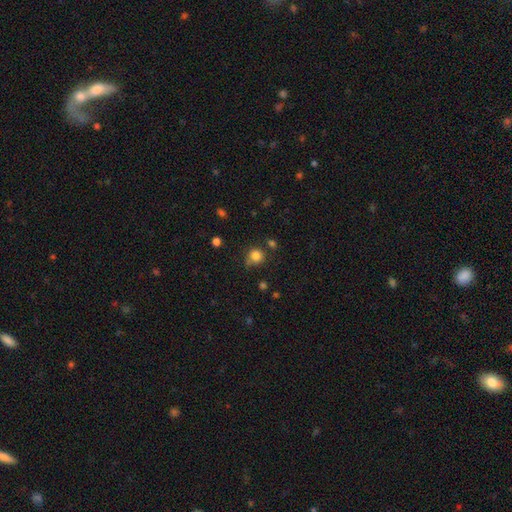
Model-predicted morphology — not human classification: A smooth galaxy with no disk features (82%) that is round (87%).

Vote fractions:
- Smooth or featured? smooth: 82% / star or artifact: 12% / featured or disk: 6%
- How rounded? round: 87% / in between: 12% / cigar-shaped: 1%
- Merging? none: 66% / minor disturbance: 21% / merger: 6% / major disturbance: 6%